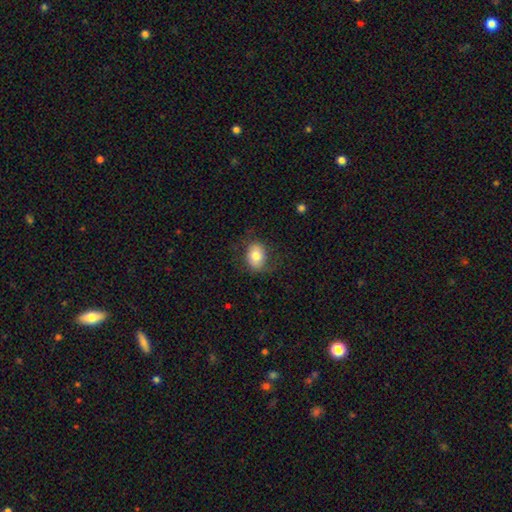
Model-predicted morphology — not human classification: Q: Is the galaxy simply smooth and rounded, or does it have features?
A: smooth — 73%.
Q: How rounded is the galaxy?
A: in between — 63%.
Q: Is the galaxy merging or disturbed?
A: none — 71%.